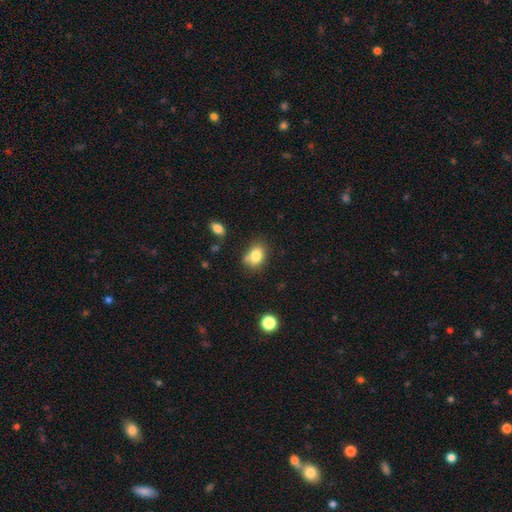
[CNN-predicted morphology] Smooth or featured?
  - smooth: 82% *
  - star or artifact: 10%
  - featured or disk: 8%
How rounded?
  - in between: 68% *
  - round: 31%
  - cigar-shaped: 1%
Merging?
  - none: 64% *
  - minor disturbance: 20%
  - merger: 10%
  - major disturbance: 5%